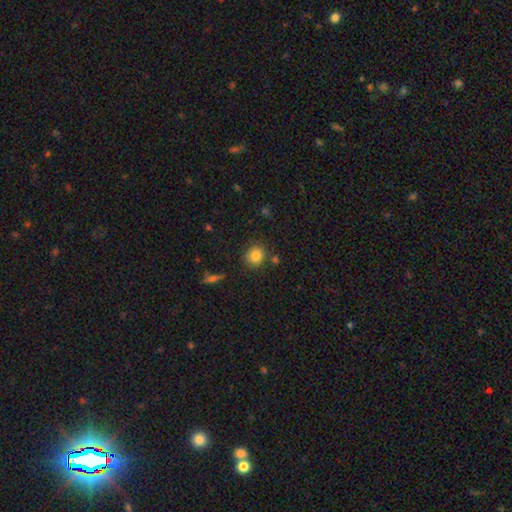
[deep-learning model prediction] A smooth galaxy with no disk features (82%) that is round (81%).

Vote fractions:
- Smooth or featured? smooth: 82% / star or artifact: 11% / featured or disk: 7%
- How rounded? round: 81% / in between: 17% / cigar-shaped: 1%
- Merging? none: 83% / minor disturbance: 10% / merger: 5% / major disturbance: 3%